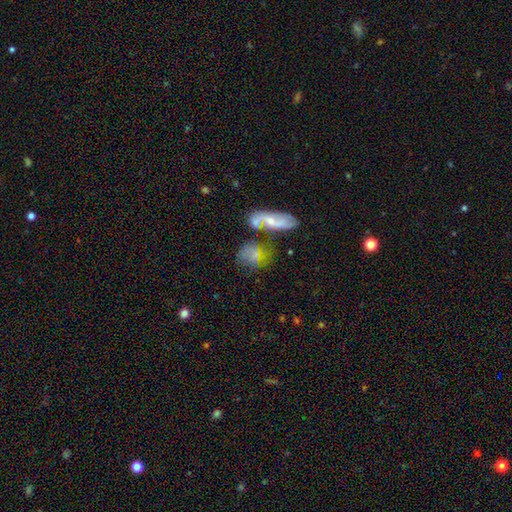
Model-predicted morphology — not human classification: A smooth galaxy with no disk features (52%) that is in between round and cigar-shaped (58%). Merging: none (40%).